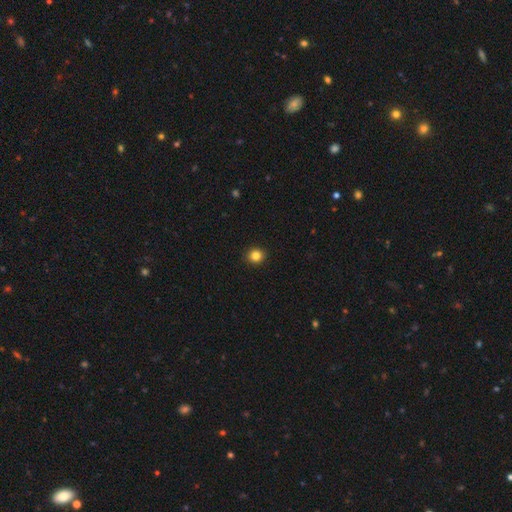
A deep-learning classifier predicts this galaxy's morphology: Q: Smooth or featured?
A: smooth (84%); runner-up: star or artifact (11%)
Q: How rounded?
A: round (91%); runner-up: in between (8%)
Q: Merging?
A: none (93%); runner-up: minor disturbance (4%)